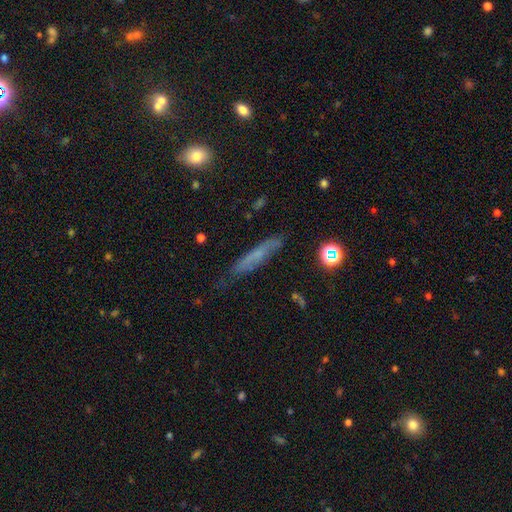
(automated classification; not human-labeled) Overall: smooth (51%; featured or disk 37%). How rounded: cigar-shaped (86%). Merging: none (72%).